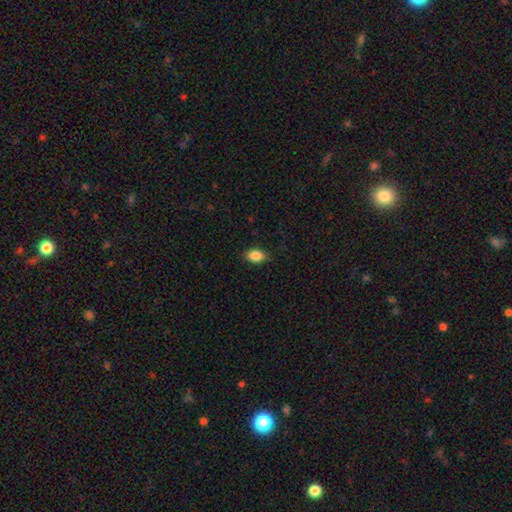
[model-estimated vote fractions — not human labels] smooth_or_featured: smooth (p=0.87) [alt: star or artifact p=0.08]
how_rounded: in between (p=0.84) [alt: round p=0.14]
merging: none (p=0.85) [alt: minor disturbance p=0.12]